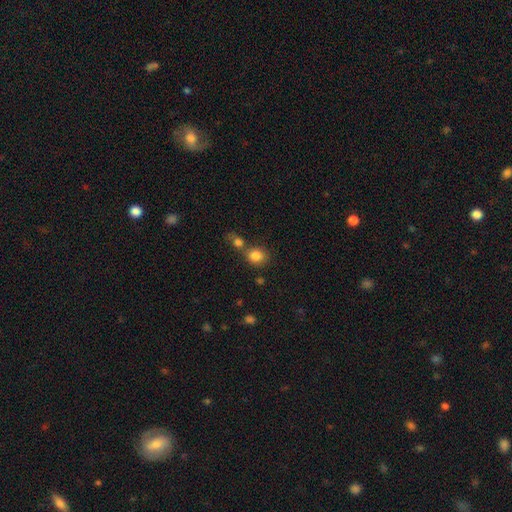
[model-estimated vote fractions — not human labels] This appears to be a smooth galaxy with no disk features (83%) that is round (72%). Merging: none (54%).